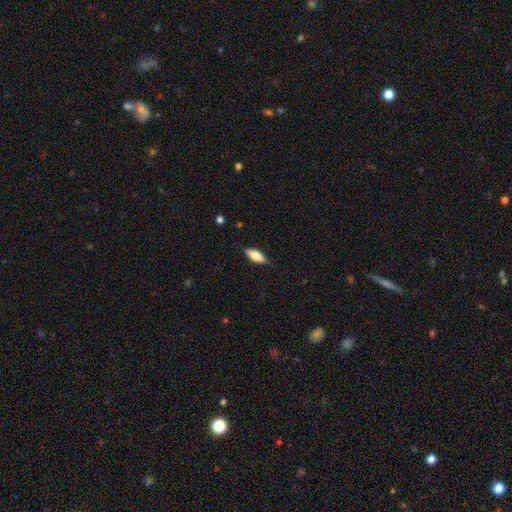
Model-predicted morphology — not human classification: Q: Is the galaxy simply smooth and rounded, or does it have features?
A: smooth — 71%.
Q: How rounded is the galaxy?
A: in between — 70%.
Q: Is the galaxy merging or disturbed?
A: none — 82%.